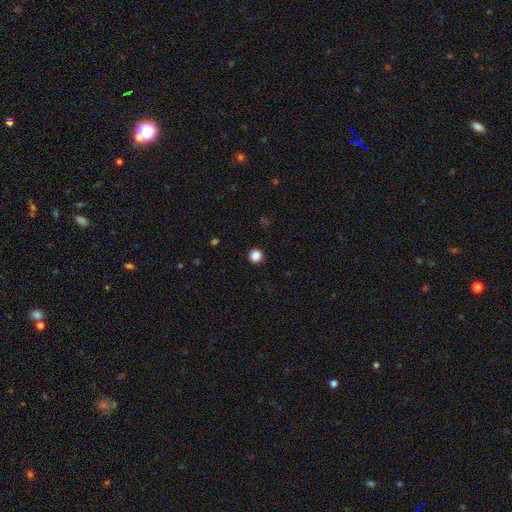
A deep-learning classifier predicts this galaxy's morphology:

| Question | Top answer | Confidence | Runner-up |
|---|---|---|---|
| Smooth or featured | smooth | 86% | star or artifact (11%) |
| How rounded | round | 96% | in between (3%) |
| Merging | none | 94% | minor disturbance (4%) |